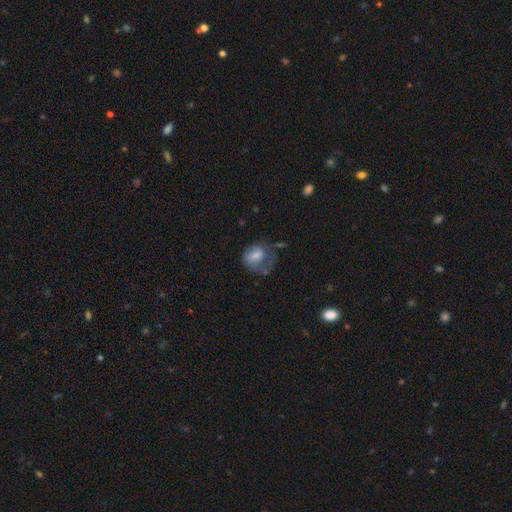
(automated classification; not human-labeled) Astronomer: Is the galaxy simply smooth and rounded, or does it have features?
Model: smooth — 57% (runner-up: featured or disk, 34%).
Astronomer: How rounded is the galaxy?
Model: in between — 51% (runner-up: round, 48%).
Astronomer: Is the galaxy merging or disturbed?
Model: major disturbance — 39% (runner-up: none, 31%).